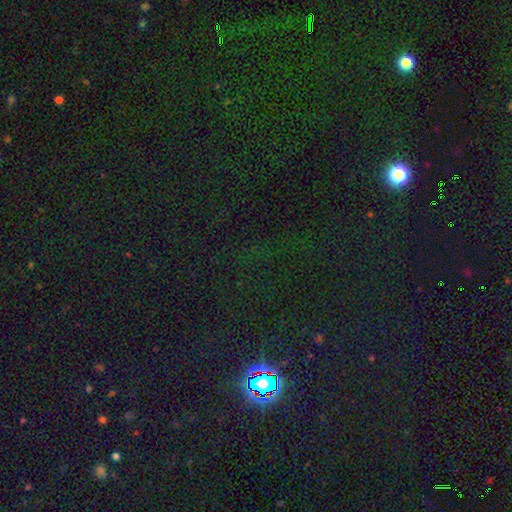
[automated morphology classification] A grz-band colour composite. It shows a star or artifact, not a galaxy (82%).